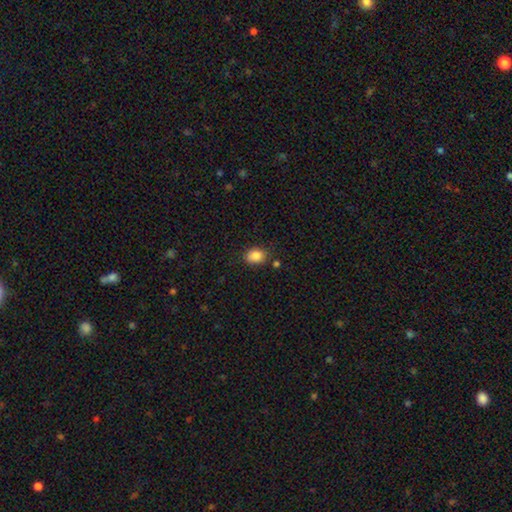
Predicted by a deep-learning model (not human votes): A smooth galaxy with no disk features (85%) that is in between round and cigar-shaped (58%). Merging: none (75%).